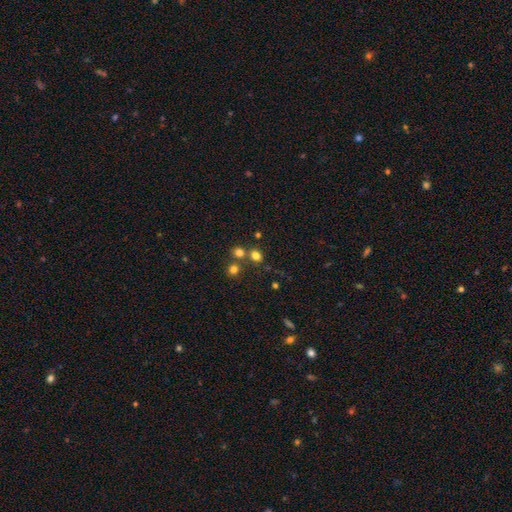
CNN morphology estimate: smooth 74%, star or artifact 18%, featured or disk 7%. Down the decision tree: how rounded — round (69%); merging — none (65%).